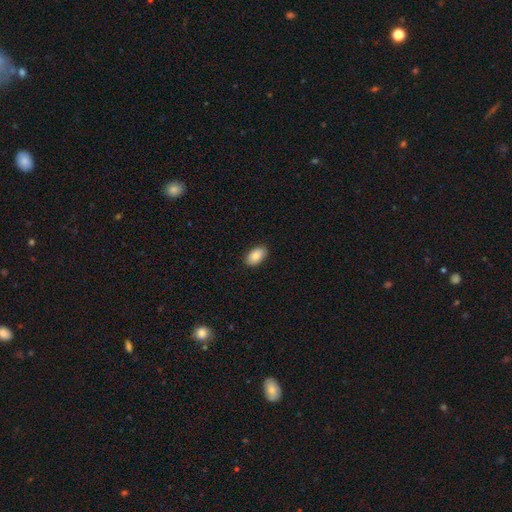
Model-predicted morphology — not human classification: Smooth or featured? Predicted: smooth (p=0.84). How rounded? Predicted: in between (p=0.93). Merging? Predicted: none (p=0.88).